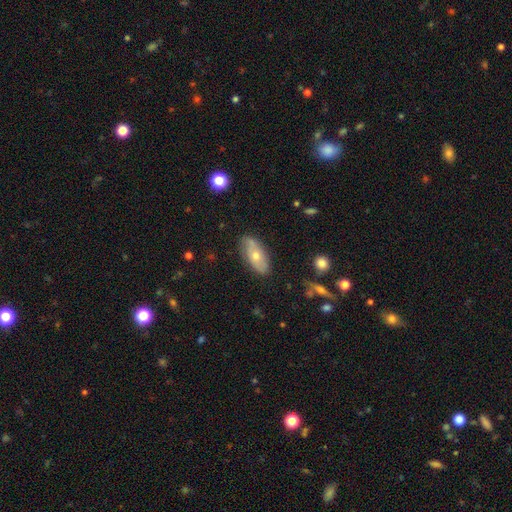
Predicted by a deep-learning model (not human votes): This is possibly a smooth galaxy (47%). Merging: likely none (79%).